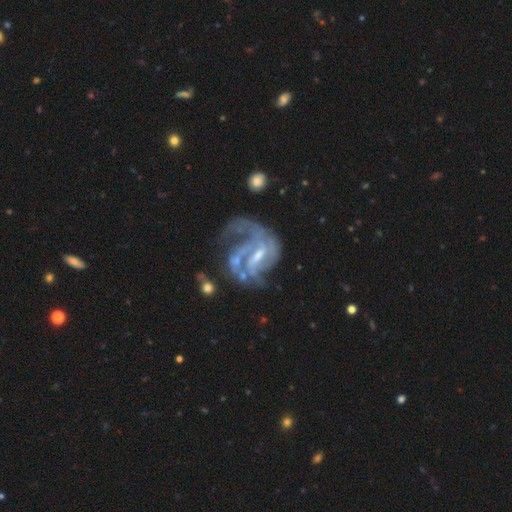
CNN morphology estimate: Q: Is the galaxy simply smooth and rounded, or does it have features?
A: featured or disk — 83%.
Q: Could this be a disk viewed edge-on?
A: no — 97%.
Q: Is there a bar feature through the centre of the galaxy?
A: weak — 50%.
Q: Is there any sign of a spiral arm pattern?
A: yes — 84%.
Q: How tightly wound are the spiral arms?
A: medium — 44%.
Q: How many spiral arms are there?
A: can't tell — 30%.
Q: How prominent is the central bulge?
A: small — 47%.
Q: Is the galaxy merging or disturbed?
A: major disturbance — 41%.